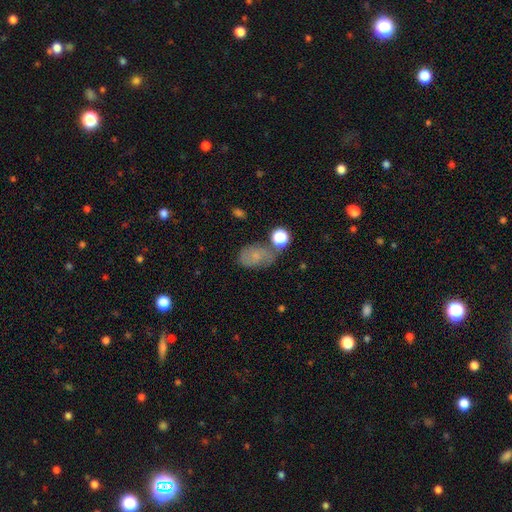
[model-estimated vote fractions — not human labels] smooth 55%, featured or disk 31%, star or artifact 15%. Down the decision tree: how rounded — in between (77%); merging — none (55%).